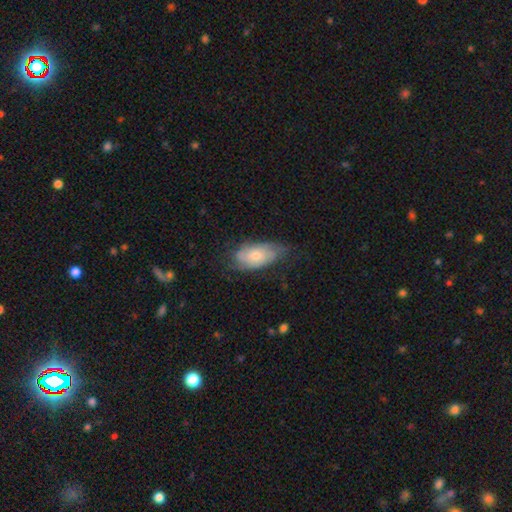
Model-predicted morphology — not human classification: The model was most divided on "smooth or featured": featured or disk: 50%, smooth: 44%, star or artifact: 6%. More confident: merging — none (58%).